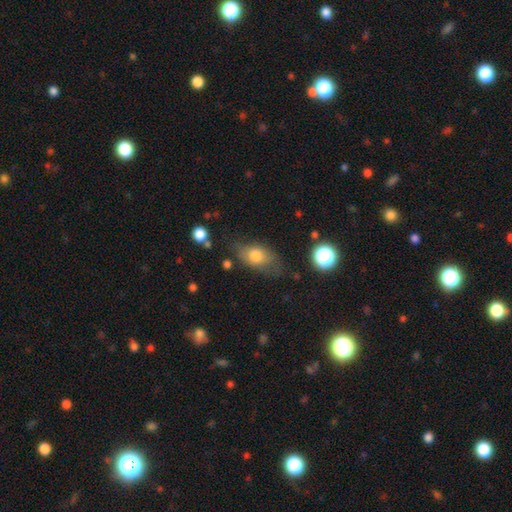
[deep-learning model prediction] Smooth or featured? smooth (72%)
How rounded? in between (81%)
Merging? none (60%)